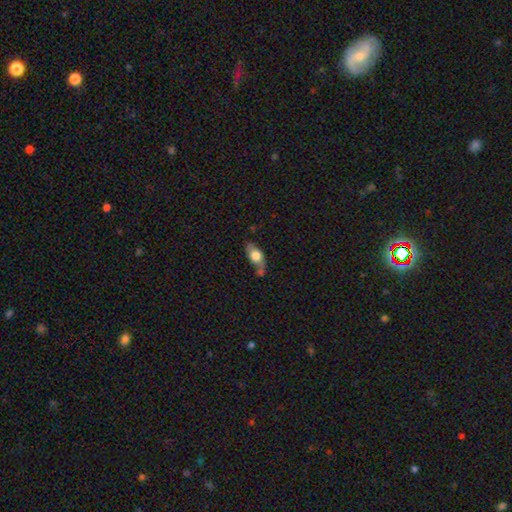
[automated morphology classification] A smooth galaxy with no disk features (65%) that is in between round and cigar-shaped (79%).

Vote fractions:
- Smooth or featured? smooth: 65% / featured or disk: 28% / star or artifact: 7%
- How rounded? in between: 79% / round: 11% / cigar-shaped: 10%
- Merging? none: 47% / minor disturbance: 27% / merger: 17% / major disturbance: 9%